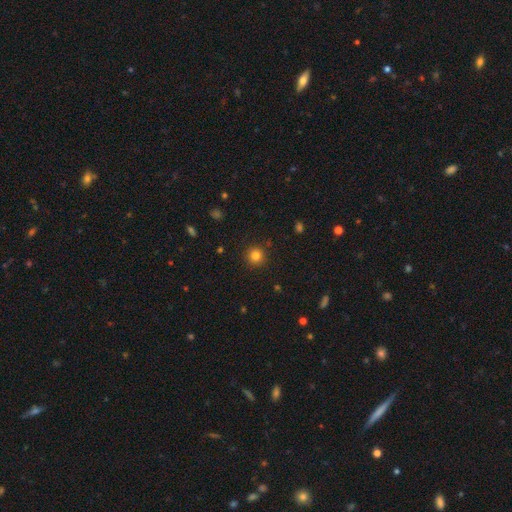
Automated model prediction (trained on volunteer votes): Overall: smooth (82%). How rounded: round (95%). Merging: none (92%).